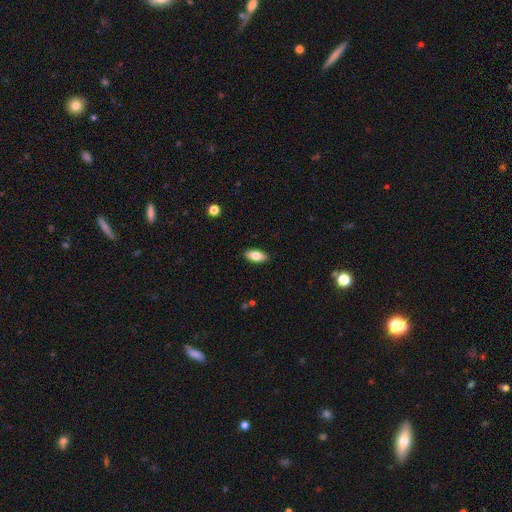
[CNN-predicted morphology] smooth 76%, featured or disk 17%, star or artifact 7%. Down the decision tree: how rounded — in between (88%); merging — none (88%).